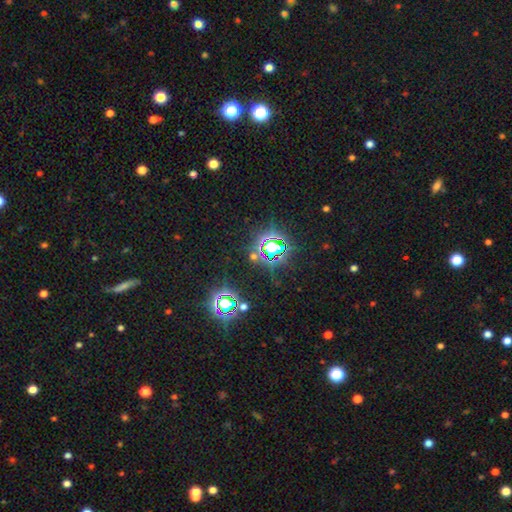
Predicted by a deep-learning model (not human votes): Smooth or featured? star or artifact (80%)